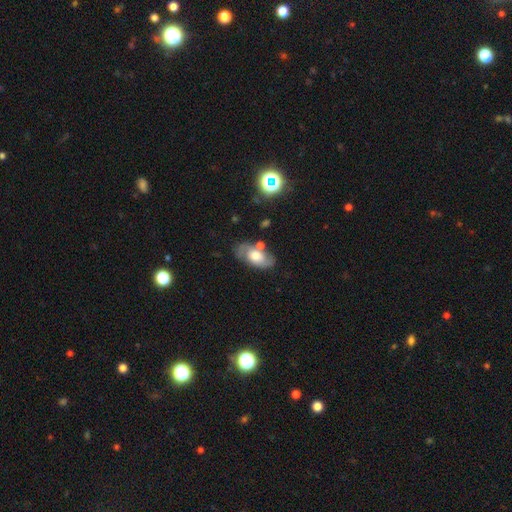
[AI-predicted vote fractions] Overall: featured or disk (56%; smooth 36%). Edge-on disk: no (91%). Bar: no (71%). Spiral arms: yes (74%). Bulge size: moderate (50%; large 35%). Merging: none (66%).